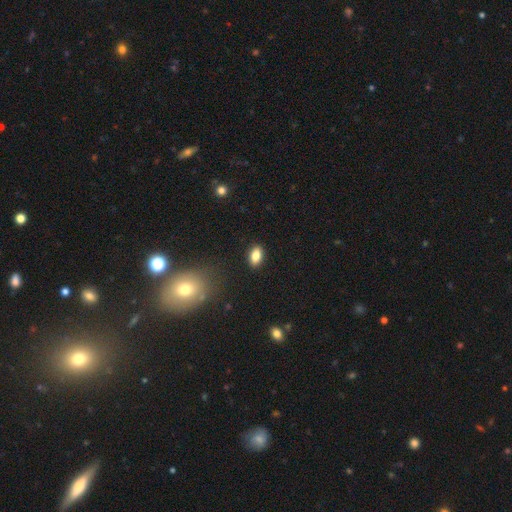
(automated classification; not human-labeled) The model was most divided on "smooth or featured": smooth: 83%, star or artifact: 9%, featured or disk: 8%. More confident: merging — none (89%); how rounded — in between (89%).